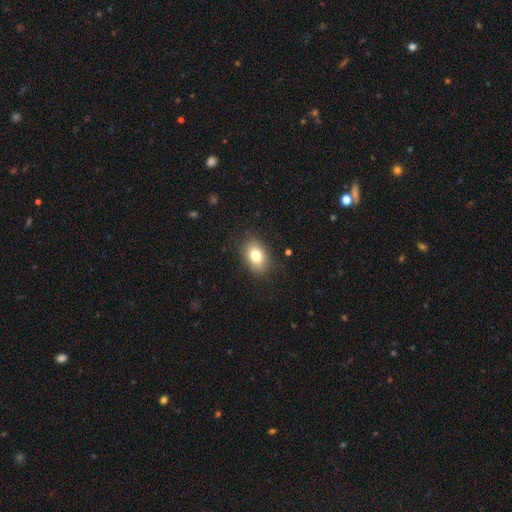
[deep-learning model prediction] Morphology: type=smooth (80%); roundness=in between (79%); merging=none (84%).